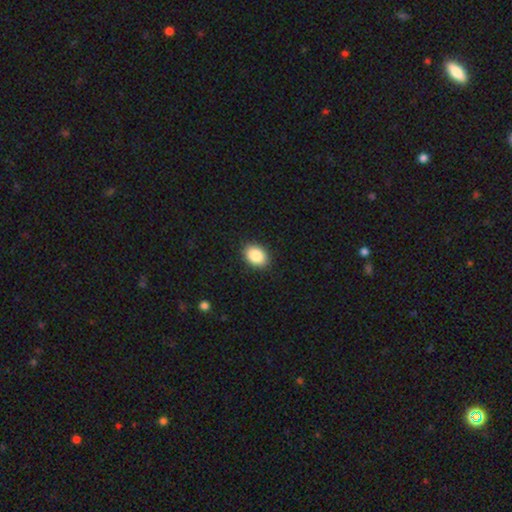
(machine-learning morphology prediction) This is clearly a smooth galaxy (87%). How rounded: likely in between (70%). Merging: clearly none (90%).